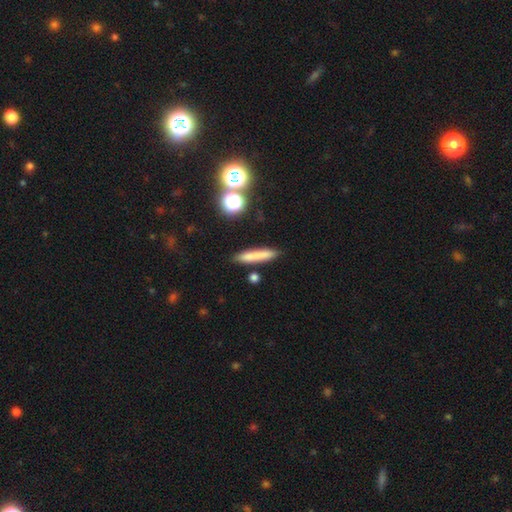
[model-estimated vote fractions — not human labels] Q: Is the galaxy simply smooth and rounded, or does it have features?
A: smooth — 73%.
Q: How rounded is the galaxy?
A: cigar-shaped — 89%.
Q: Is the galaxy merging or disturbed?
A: none — 85%.